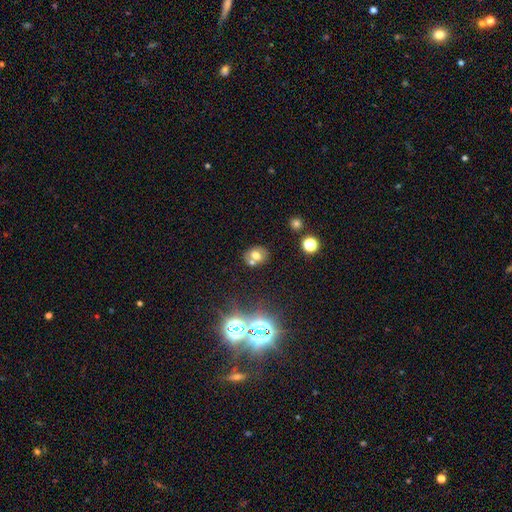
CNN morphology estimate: smooth_or_featured: smooth (p=0.59) [alt: featured or disk p=0.23]
how_rounded: in between (p=0.52) [alt: round p=0.46]
merging: none (p=0.58) [alt: merger p=0.26]